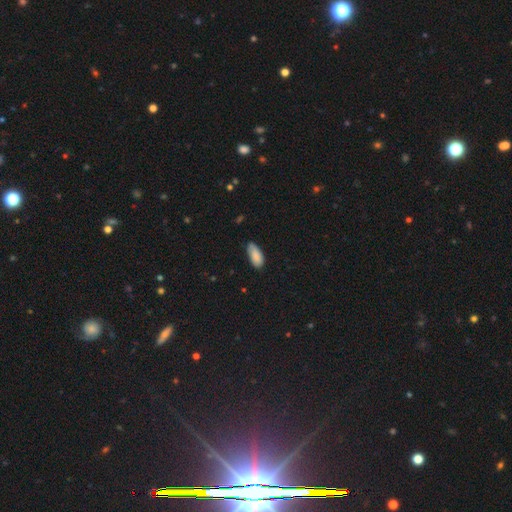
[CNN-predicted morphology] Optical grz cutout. It shows a smooth galaxy with no disk features (87%) that is in between round and cigar-shaped (90%). Merging: none (68%).